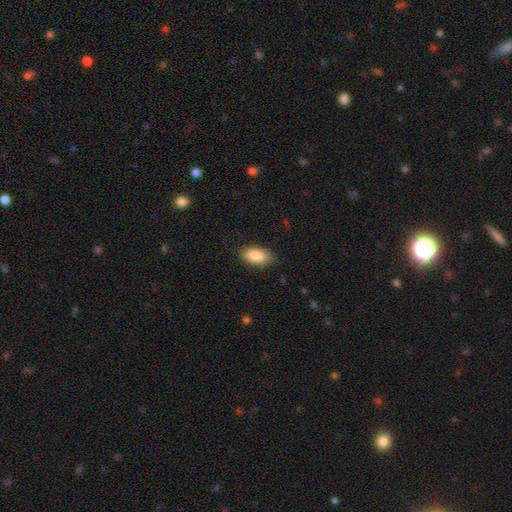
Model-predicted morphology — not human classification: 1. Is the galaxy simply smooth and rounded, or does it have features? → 88% smooth, 6% star or artifact, 6% featured or disk.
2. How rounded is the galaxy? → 92% in between, 6% cigar-shaped, 2% round.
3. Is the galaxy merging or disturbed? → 84% none, 12% minor disturbance, 3% major disturbance, 1% merger.